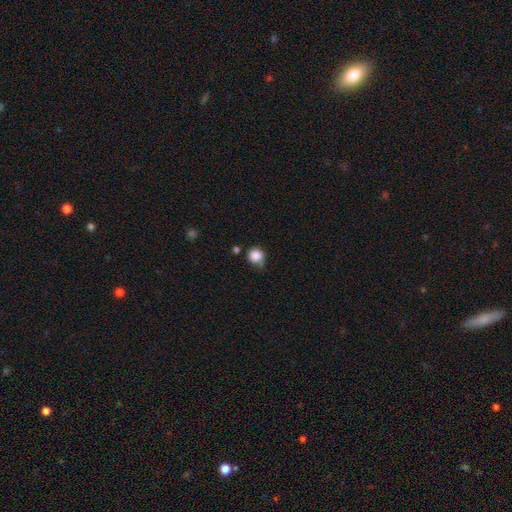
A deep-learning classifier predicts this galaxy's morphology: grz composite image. It shows a smooth galaxy with no disk features (86%) that is round (91%). Merging: none (58%).